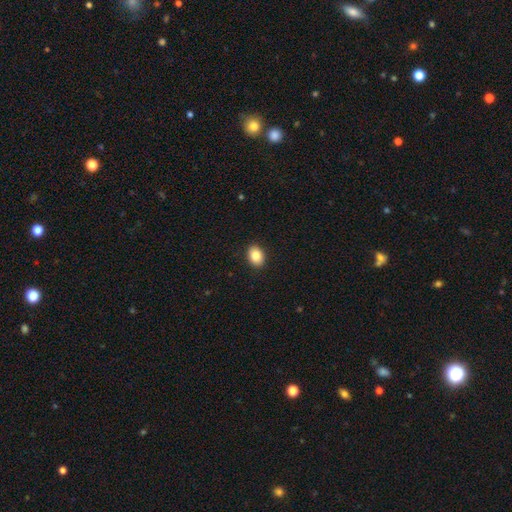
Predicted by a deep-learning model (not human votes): Smooth or featured? Predicted: smooth (p=0.87). How rounded? Predicted: in between (p=0.70). Merging? Predicted: none (p=0.91).